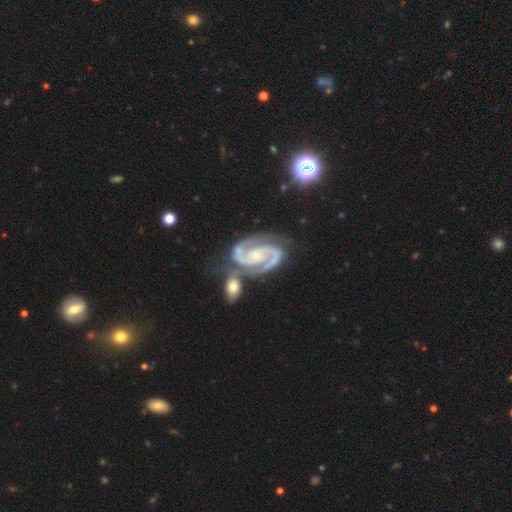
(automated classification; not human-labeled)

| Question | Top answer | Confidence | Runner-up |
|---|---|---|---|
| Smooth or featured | featured or disk | 93% | star or artifact (4%) |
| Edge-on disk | no | 98% | yes (2%) |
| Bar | no | 47% | weak (35%) |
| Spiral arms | yes | 99% | no (1%) |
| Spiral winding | medium | 54% | tight (39%) |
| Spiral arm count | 2 | 93% | 3 (2%) |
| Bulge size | small | 62% | moderate (24%) |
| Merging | none | 62% | merger (16%) |